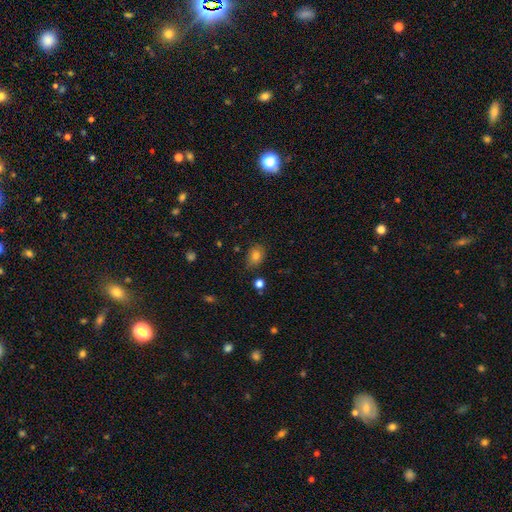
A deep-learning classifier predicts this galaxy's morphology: type=smooth (82%); roundness=in between (64%); merging=none (75%).